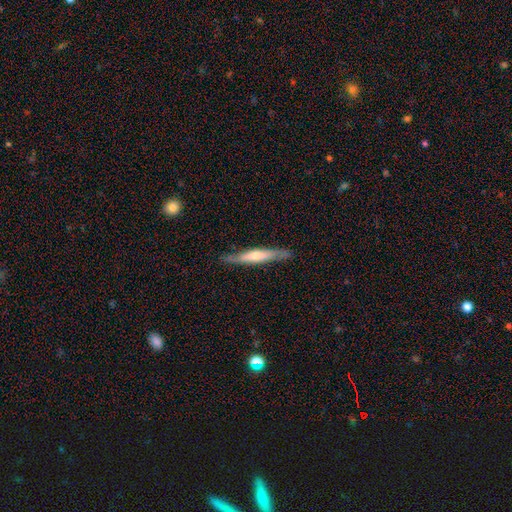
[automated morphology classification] type=featured or disk (61%); edge-on=yes (88%); edge-on bulge=rounded (70%); merging=none (84%).